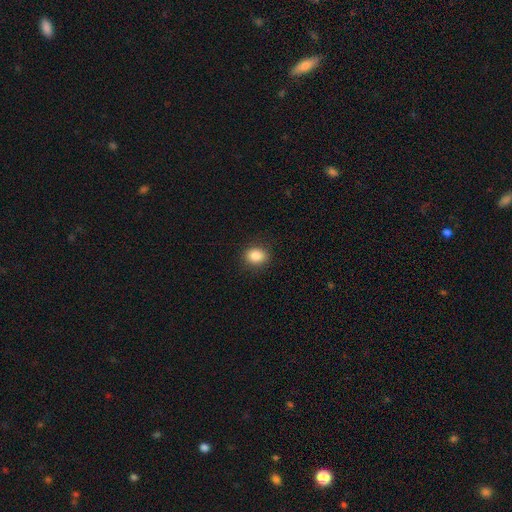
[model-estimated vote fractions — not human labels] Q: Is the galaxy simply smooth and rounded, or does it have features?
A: smooth — 85%.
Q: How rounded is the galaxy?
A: round — 56%.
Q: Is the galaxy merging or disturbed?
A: none — 88%.